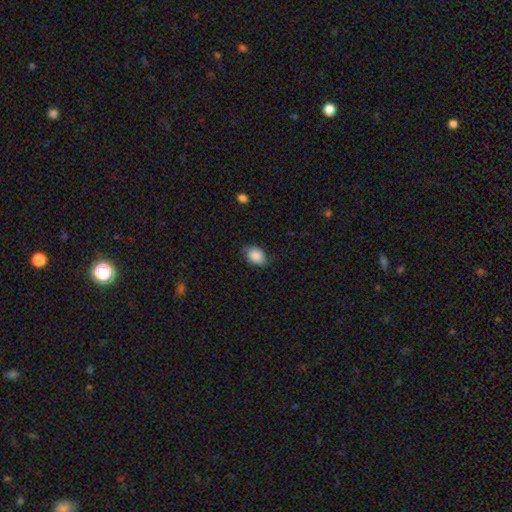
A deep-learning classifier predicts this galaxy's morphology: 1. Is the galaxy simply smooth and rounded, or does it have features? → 87% smooth, 7% star or artifact, 6% featured or disk.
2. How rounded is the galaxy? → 80% in between, 19% round, 1% cigar-shaped.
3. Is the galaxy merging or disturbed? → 78% none, 17% minor disturbance, 4% major disturbance, 1% merger.